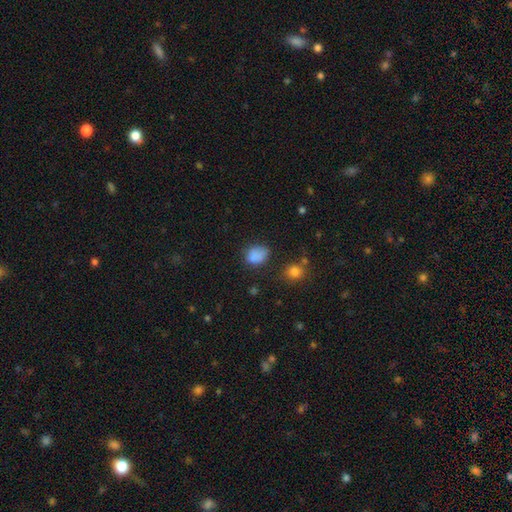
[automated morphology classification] smooth_or_featured: smooth (p=0.82) [alt: star or artifact p=0.11]
how_rounded: in between (p=0.56) [alt: round p=0.42]
merging: none (p=0.58) [alt: minor disturbance p=0.29]